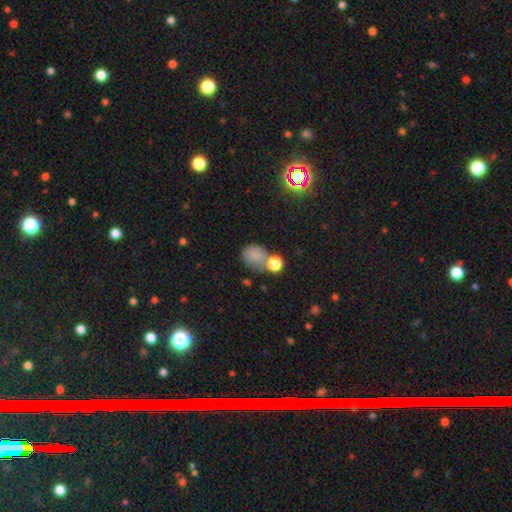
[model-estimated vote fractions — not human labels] A smooth galaxy with no disk features (78%) that is round (67%).

Vote fractions:
- Smooth or featured? smooth: 78% / star or artifact: 14% / featured or disk: 8%
- How rounded? round: 67% / in between: 32% / cigar-shaped: 1%
- Merging? none: 49% / merger: 23% / minor disturbance: 18% / major disturbance: 10%